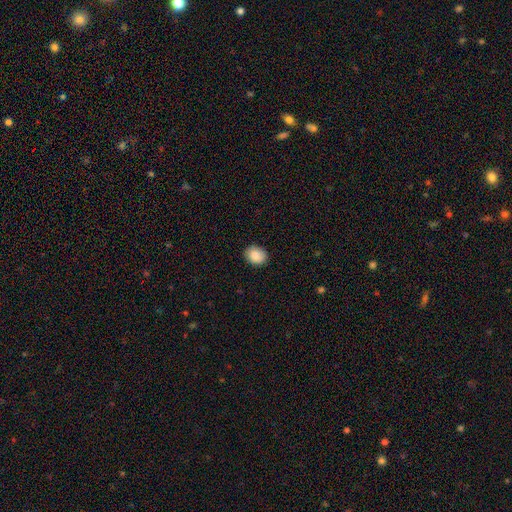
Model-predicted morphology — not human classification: This appears to be a smooth galaxy with no disk features (87%) that is round (58%). Merging: none (86%).